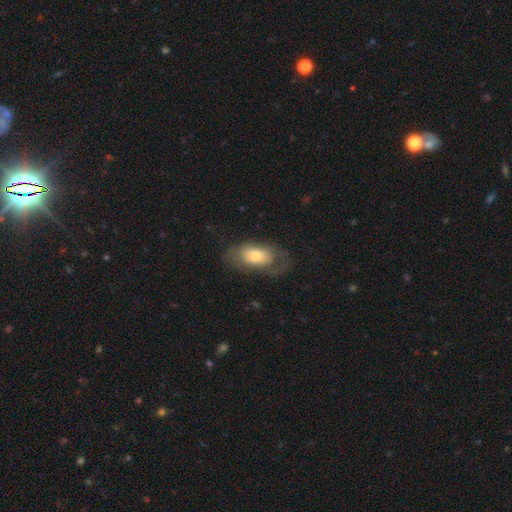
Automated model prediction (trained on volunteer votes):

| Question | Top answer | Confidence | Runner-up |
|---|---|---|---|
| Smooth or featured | smooth | 61% | featured or disk (32%) |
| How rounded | in between | 89% | round (6%) |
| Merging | none | 52% | minor disturbance (24%) |